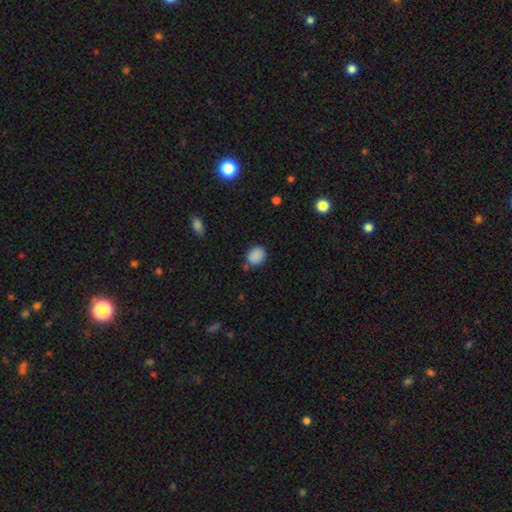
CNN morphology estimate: Smooth or featured? Predicted: smooth (p=0.88). How rounded? Predicted: round (p=0.50). Merging? Predicted: none (p=0.72).